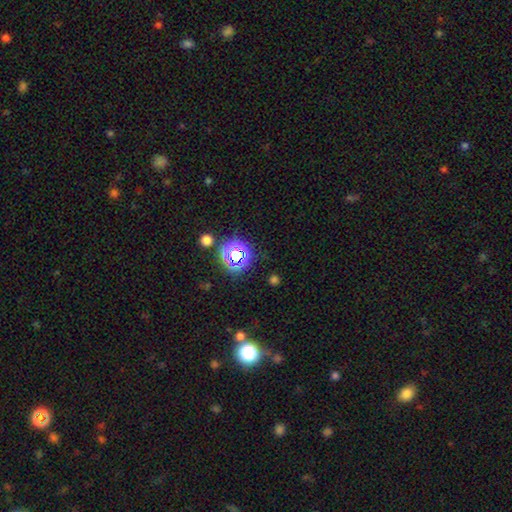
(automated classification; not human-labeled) Q: Smooth or featured?
A: star or artifact (68%); runner-up: smooth (24%)